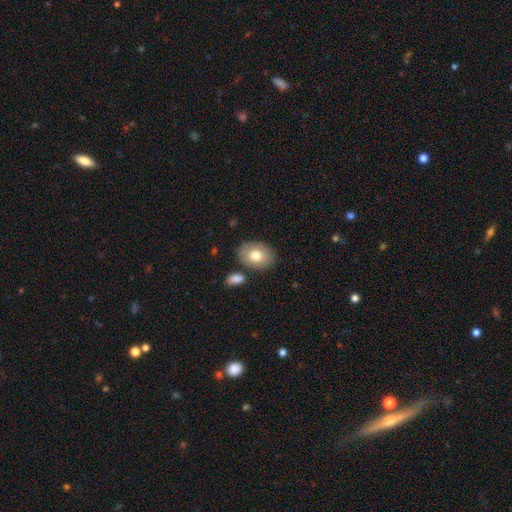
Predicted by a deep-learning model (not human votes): smooth_or_featured: smooth (p=0.78) [alt: featured or disk p=0.15]
how_rounded: in between (p=0.75) [alt: round p=0.24]
merging: none (p=0.80) [alt: minor disturbance p=0.11]